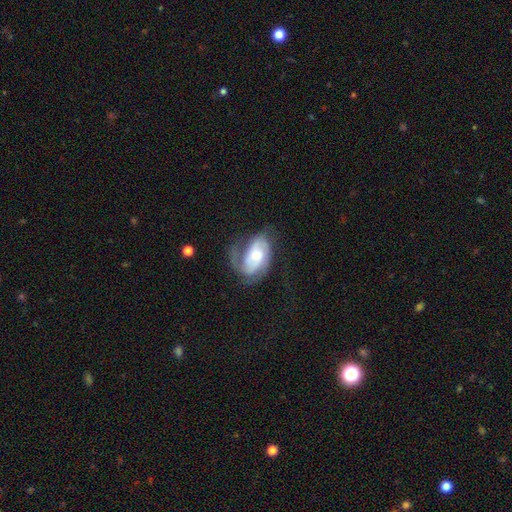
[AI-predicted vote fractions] A featured or disk galaxy (73%) with no bar (59%), 2 (49%) medium (42%) spiral arms (91%) and a moderate central bulge (53%).

Vote fractions:
- Smooth or featured? featured or disk: 73% / smooth: 21% / star or artifact: 6%
- Edge-on disk? no: 96% / yes: 4%
- Bar? no: 59% / weak: 32% / strong: 10%
- Spiral arms? yes: 91% / no: 9%
- Spiral winding? medium: 42% / tight: 37% / loose: 21%
- Spiral arm count? 2: 49% / can't tell: 18% / 1: 16% / 3: 12% / 4: 2% / more than 4: 2%
- Bulge size? moderate: 53% / small: 29% / large: 13% / none: 3% / dominant: 2%
- Merging? none: 48% / major disturbance: 25% / minor disturbance: 25% / merger: 2%